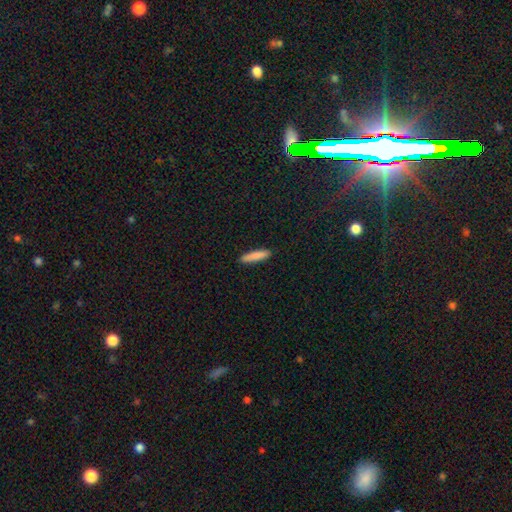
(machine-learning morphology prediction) The model was most divided on "how rounded": cigar-shaped: 84%, in between: 15%, round: 1%. More confident: merging — none (90%); smooth or featured — smooth (87%).